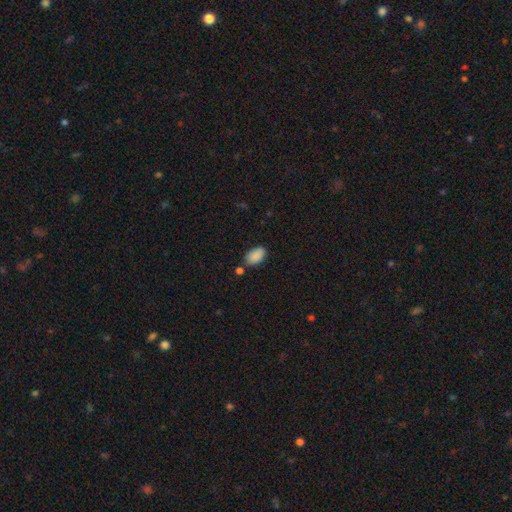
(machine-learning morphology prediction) The model was most divided on "merging": none: 76%, minor disturbance: 13%, merger: 8%, major disturbance: 3%. More confident: how rounded — in between (93%); smooth or featured — smooth (89%).